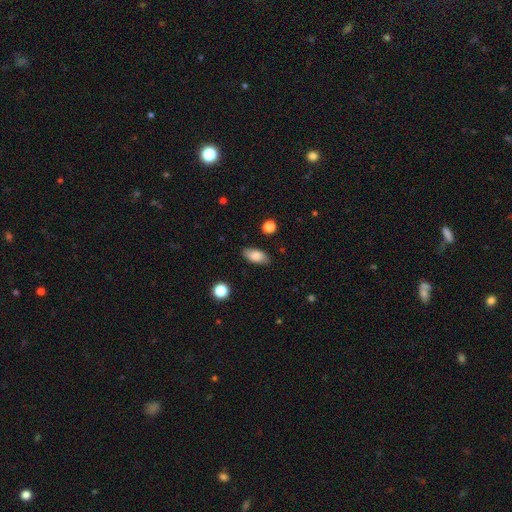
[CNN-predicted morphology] Smooth or featured: smooth — 81% (featured or disk — 11%)
How rounded: in between — 89% (cigar-shaped — 6%)
Merging: none — 85% (minor disturbance — 11%)